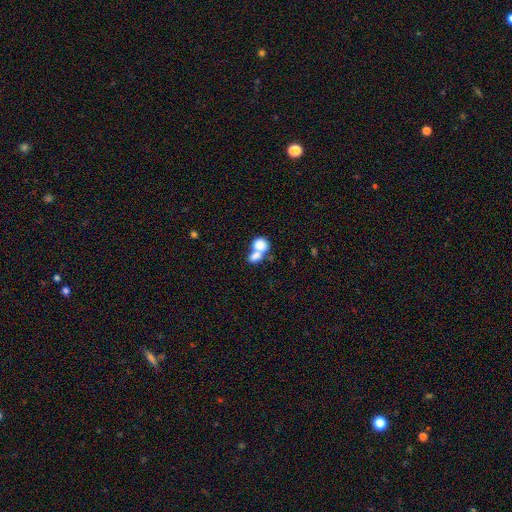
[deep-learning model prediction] Q: Smooth or featured?
A: smooth (77%); runner-up: featured or disk (15%)
Q: How rounded?
A: in between (54%); runner-up: round (44%)
Q: Merging?
A: merger (73%); runner-up: none (18%)